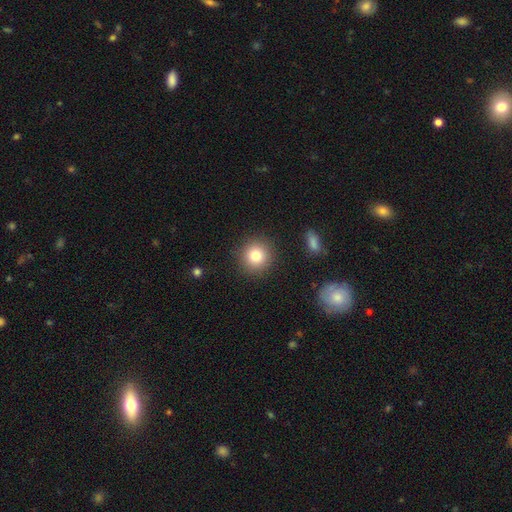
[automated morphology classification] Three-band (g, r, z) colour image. It shows a smooth galaxy with no disk features (81%) that is round (92%). Merging: none (89%).